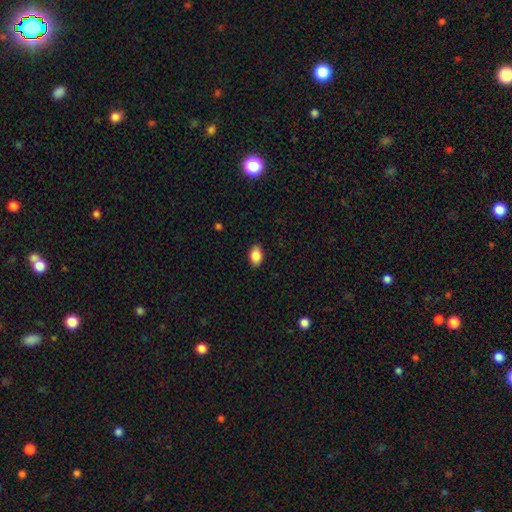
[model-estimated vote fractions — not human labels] smooth_or_featured: smooth (p=0.87) [alt: star or artifact p=0.08]
how_rounded: in between (p=0.90) [alt: round p=0.08]
merging: none (p=0.88) [alt: minor disturbance p=0.09]